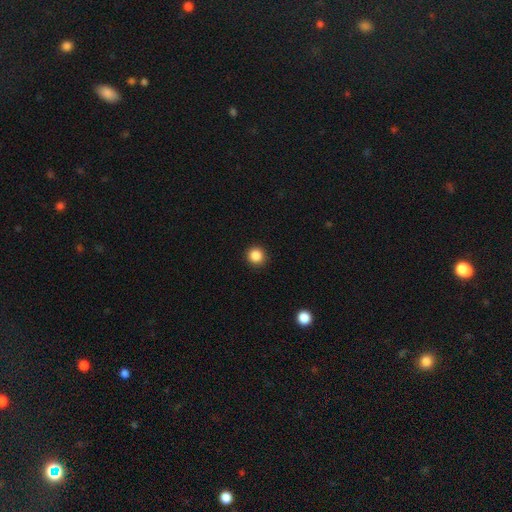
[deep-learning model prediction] Smooth or featured? Predicted: smooth (p=0.86). How rounded? Predicted: round (p=0.94). Merging? Predicted: none (p=0.92).